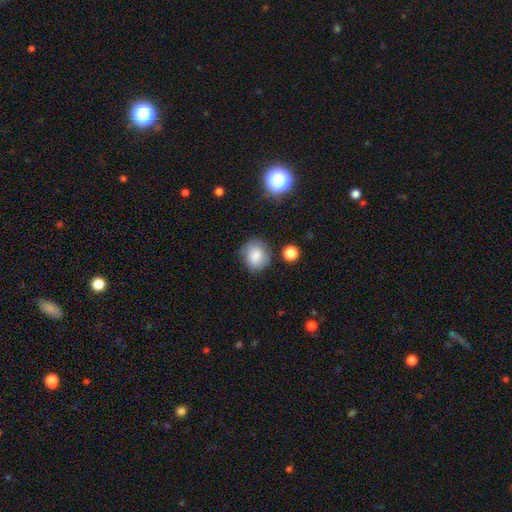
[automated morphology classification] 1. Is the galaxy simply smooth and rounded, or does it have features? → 82% smooth, 9% star or artifact, 9% featured or disk.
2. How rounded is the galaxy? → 73% round, 25% in between, 1% cigar-shaped.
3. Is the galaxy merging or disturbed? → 75% none, 17% minor disturbance, 5% major disturbance, 3% merger.